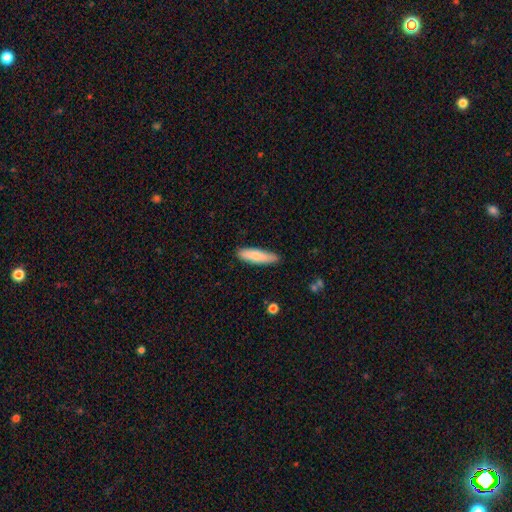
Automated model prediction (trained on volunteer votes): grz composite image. It shows a smooth galaxy with no disk features (81%) that is cigar-shaped (67%). Merging: none (84%).